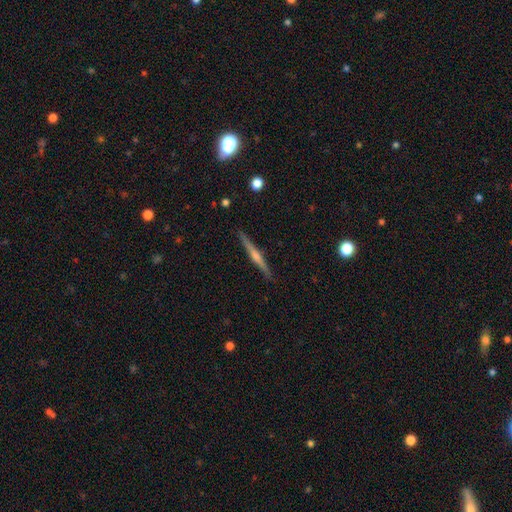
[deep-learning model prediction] This is likely a featured or disk galaxy (75%). It is clearly viewed edge-on (98%). Edge-on bulge: likely rounded (79%). Merging: clearly none (91%).